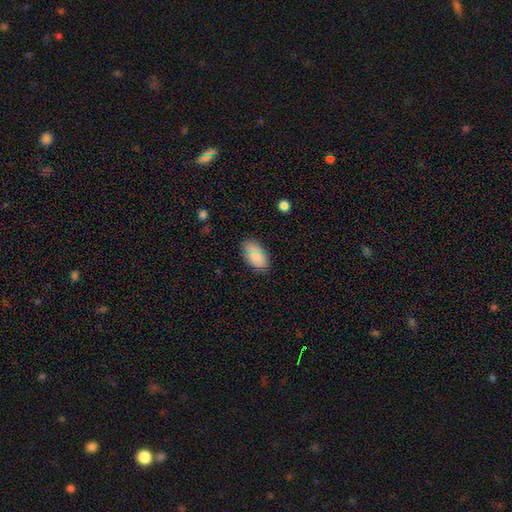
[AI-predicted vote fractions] The model was most divided on "merging": none: 83%, minor disturbance: 13%, major disturbance: 3%, merger: 2%. More confident: how rounded — in between (94%); smooth or featured — smooth (84%).